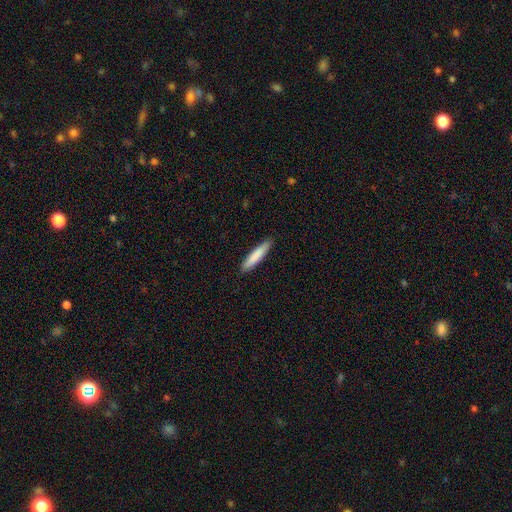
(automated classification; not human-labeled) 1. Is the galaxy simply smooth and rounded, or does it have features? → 83% smooth, 12% featured or disk, 5% star or artifact.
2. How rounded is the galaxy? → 88% cigar-shaped, 11% in between, 1% round.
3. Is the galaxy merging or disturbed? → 88% none, 9% minor disturbance, 2% major disturbance, 1% merger.